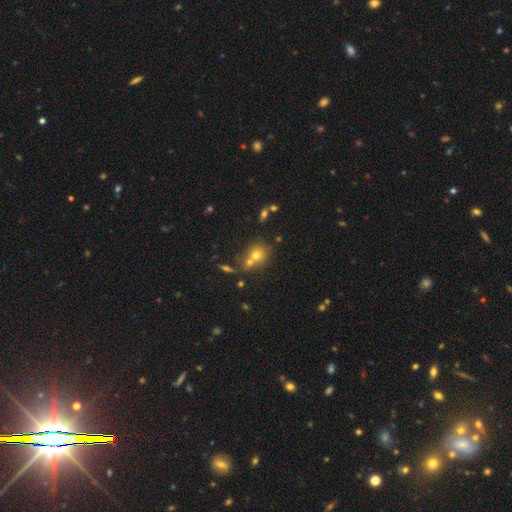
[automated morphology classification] type=smooth (66%); roundness=round (75%); merging=none (46%).